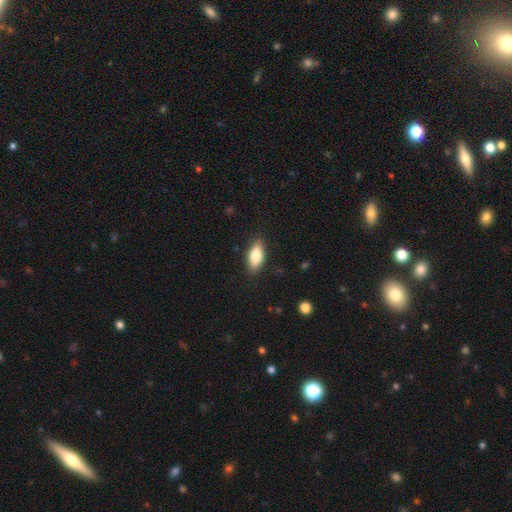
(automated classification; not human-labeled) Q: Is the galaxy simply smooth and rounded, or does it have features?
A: smooth — 81%.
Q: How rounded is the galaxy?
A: in between — 84%.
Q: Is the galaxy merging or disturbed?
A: none — 85%.